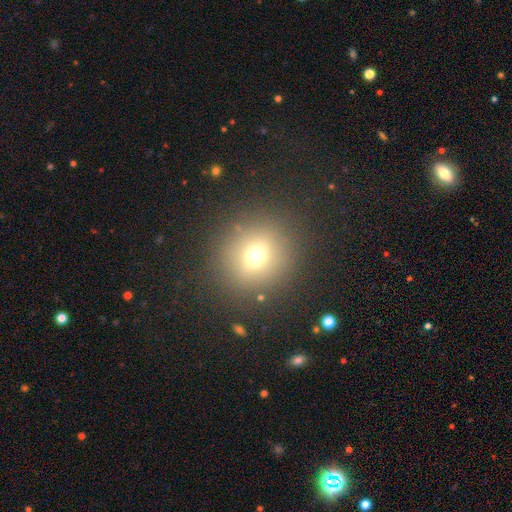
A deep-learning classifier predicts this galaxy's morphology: A smooth galaxy with no disk features (66%) that is round (87%). Merging: none (86%).